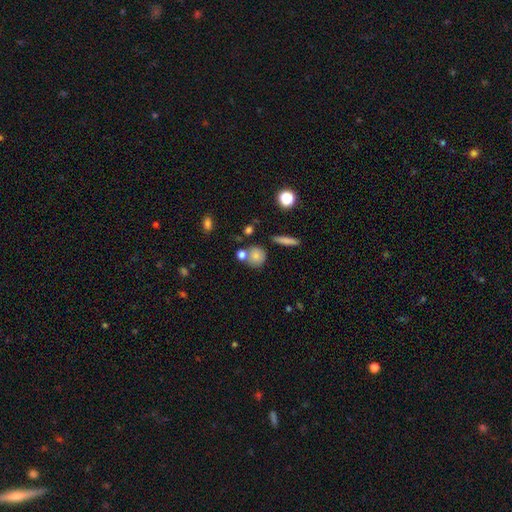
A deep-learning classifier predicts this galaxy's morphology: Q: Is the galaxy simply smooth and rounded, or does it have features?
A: smooth — 76%.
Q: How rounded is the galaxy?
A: round — 84%.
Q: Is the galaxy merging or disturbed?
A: none — 63%.